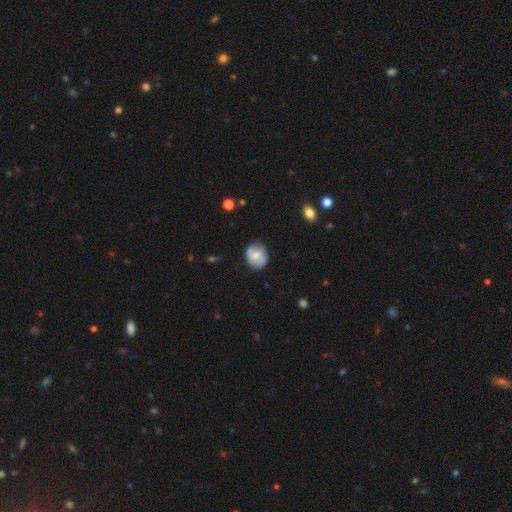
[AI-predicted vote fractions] Smooth or featured? featured or disk (48%)
Merging? none (68%)